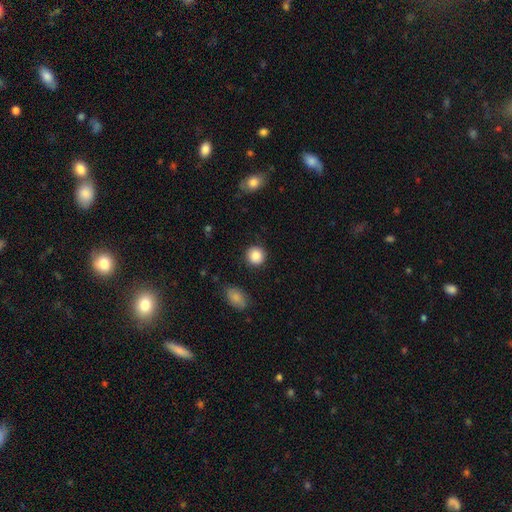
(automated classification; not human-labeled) Smooth or featured: smooth — 87% (star or artifact — 8%)
How rounded: round — 91% (in between — 8%)
Merging: none — 88% (minor disturbance — 8%)